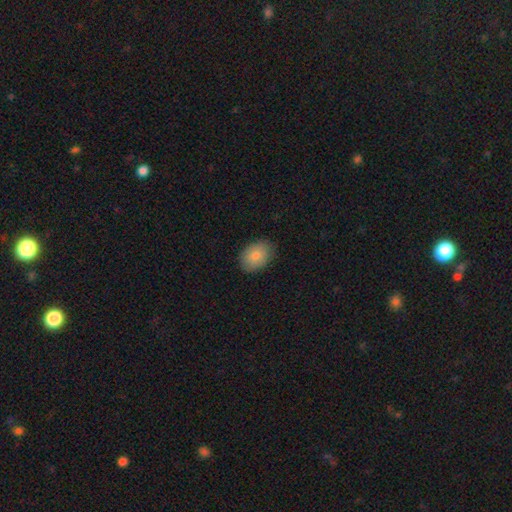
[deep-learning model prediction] A smooth galaxy with no disk features (83%) that is in between round and cigar-shaped (77%).

Vote fractions:
- Smooth or featured? smooth: 83% / featured or disk: 9% / star or artifact: 7%
- How rounded? in between: 77% / round: 22% / cigar-shaped: 1%
- Merging? none: 85% / minor disturbance: 11% / major disturbance: 2% / merger: 1%